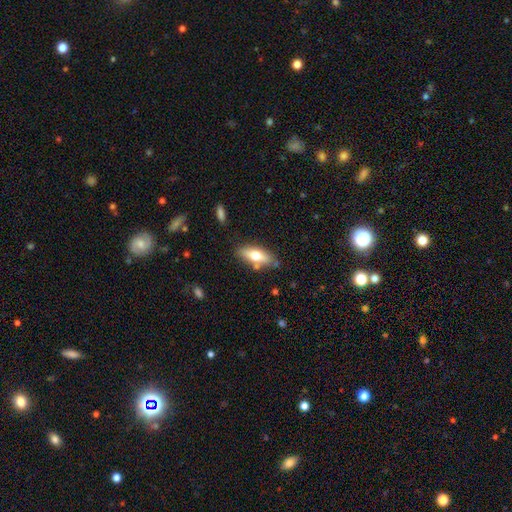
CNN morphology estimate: A smooth galaxy with no disk features (62%) that is in between round and cigar-shaped (67%).

Vote fractions:
- Smooth or featured? smooth: 62% / featured or disk: 31% / star or artifact: 6%
- How rounded? in between: 67% / cigar-shaped: 30% / round: 3%
- Merging? none: 77% / minor disturbance: 14% / merger: 6% / major disturbance: 3%